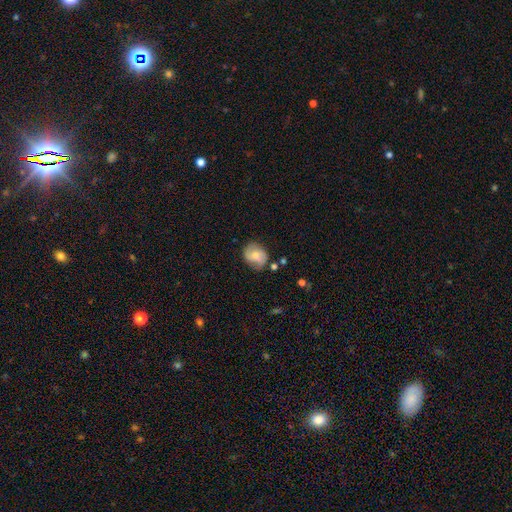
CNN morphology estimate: This is possibly a smooth galaxy (53%). How rounded: likely round (62%). Merging: likely none (64%).